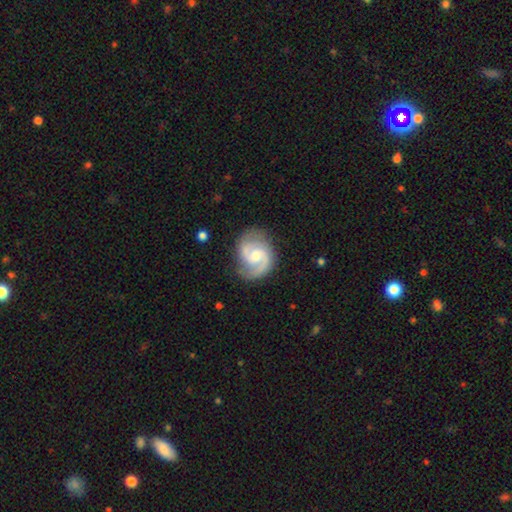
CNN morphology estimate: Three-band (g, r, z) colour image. It shows a featured or disk galaxy (88%) with a weak bar (49%), 2 (90%) medium (58%) spiral arms (98%) and a moderate central bulge (53%). Merging: none (78%).